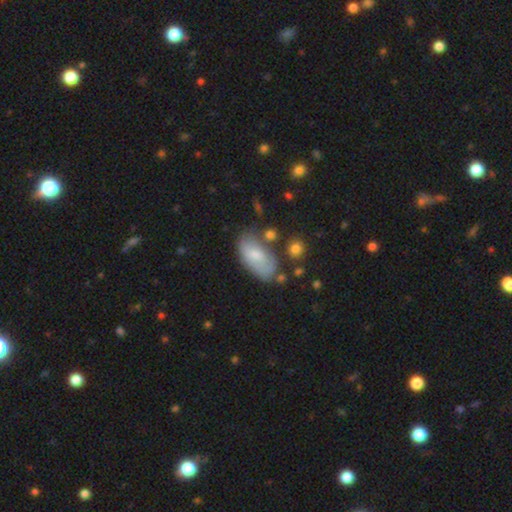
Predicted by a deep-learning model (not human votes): This is possibly a smooth galaxy (60%). How rounded: clearly in between (92%). Merging: possibly none (55%).